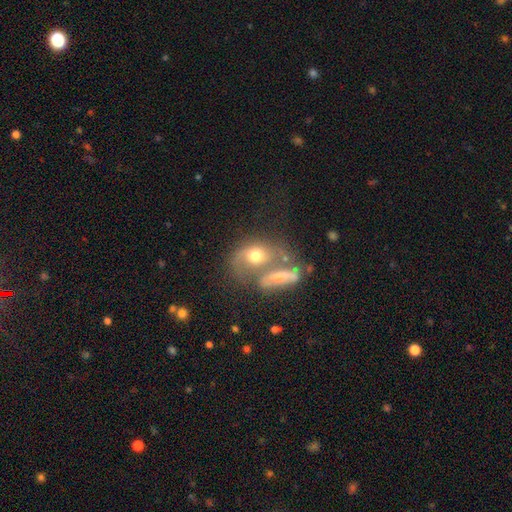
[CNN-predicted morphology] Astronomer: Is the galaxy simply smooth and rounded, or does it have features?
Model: smooth — 51% (runner-up: featured or disk, 37%).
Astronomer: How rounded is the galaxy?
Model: in between — 62%.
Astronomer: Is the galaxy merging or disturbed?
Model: merger — 49%.